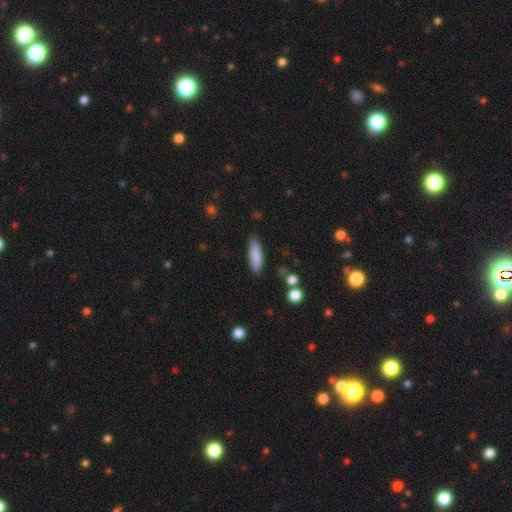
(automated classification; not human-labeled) A smooth galaxy with no disk features (85%) that is cigar-shaped (52%).

Vote fractions:
- Smooth or featured? smooth: 85% / featured or disk: 9% / star or artifact: 7%
- How rounded? cigar-shaped: 52% / in between: 46% / round: 2%
- Merging? none: 80% / minor disturbance: 15% / major disturbance: 3% / merger: 2%